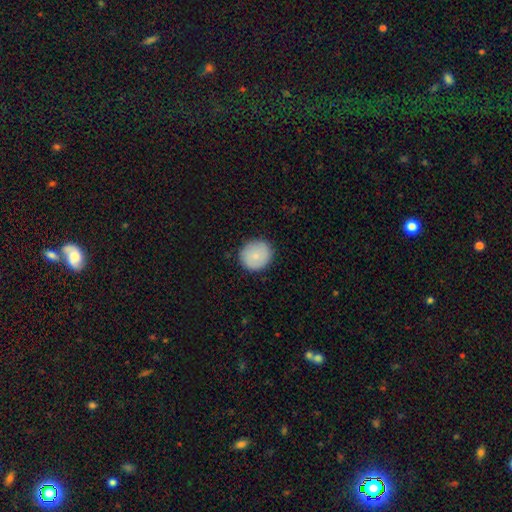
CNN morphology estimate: smooth_or_featured: smooth (p=0.80) [alt: featured or disk p=0.12]
how_rounded: round (p=0.85) [alt: in between p=0.14]
merging: none (p=0.87) [alt: minor disturbance p=0.09]